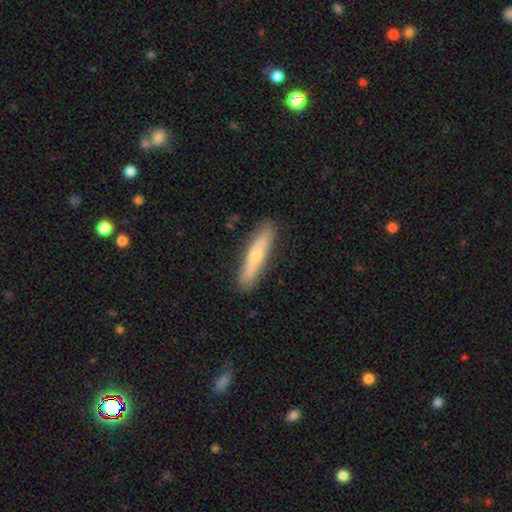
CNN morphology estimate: This appears to be a smooth galaxy with no disk features (58%) that is cigar-shaped (85%). Merging: none (88%).